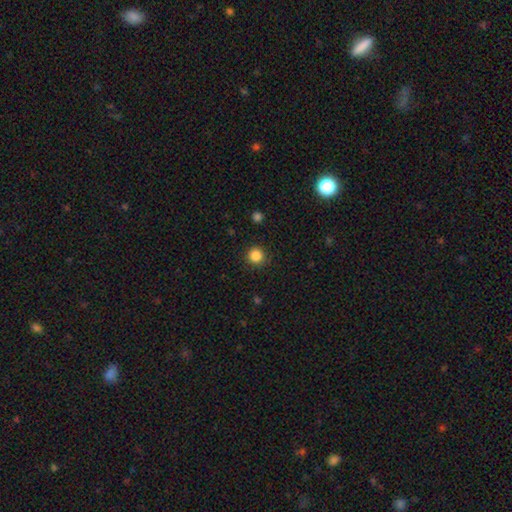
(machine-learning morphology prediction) Smooth or featured?
  - smooth: 85% *
  - star or artifact: 11%
  - featured or disk: 3%
How rounded?
  - round: 95% *
  - in between: 4%
  - cigar-shaped: 1%
Merging?
  - none: 91% *
  - minor disturbance: 6%
  - major disturbance: 2%
  - merger: 1%